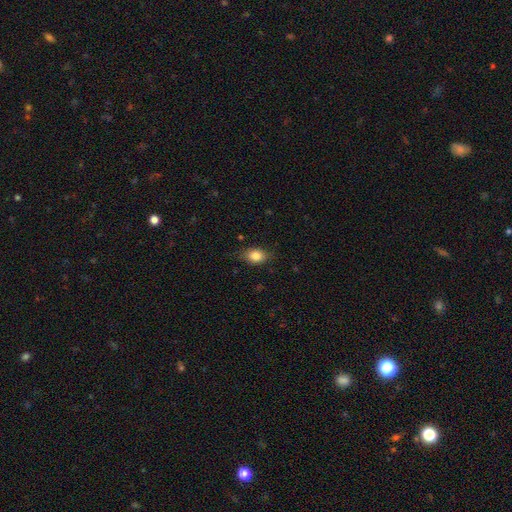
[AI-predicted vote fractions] Smooth or featured?
  - smooth: 84% *
  - star or artifact: 8%
  - featured or disk: 8%
How rounded?
  - in between: 76% *
  - round: 22%
  - cigar-shaped: 2%
Merging?
  - none: 77% *
  - minor disturbance: 18%
  - major disturbance: 4%
  - merger: 1%